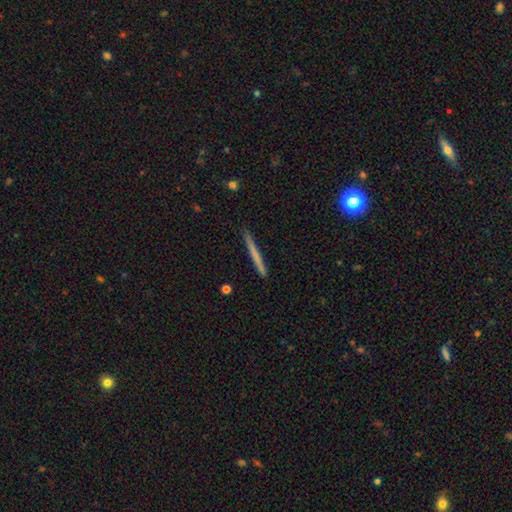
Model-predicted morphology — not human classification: Smooth or featured? smooth (58%)
How rounded? cigar-shaped (97%)
Merging? none (91%)